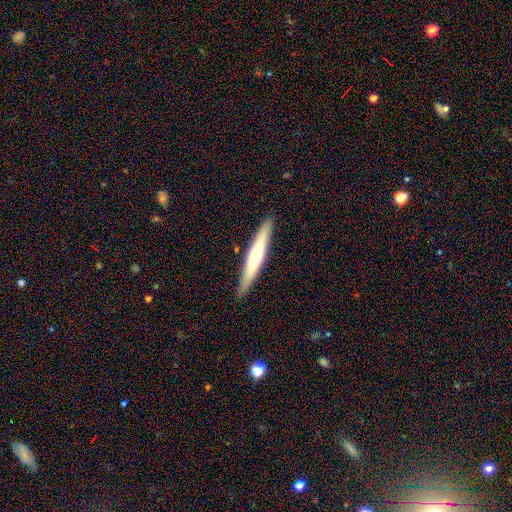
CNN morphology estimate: Q: Smooth or featured?
A: featured or disk (51%); runner-up: smooth (44%)
Q: Edge-on disk?
A: yes (93%); runner-up: no (7%)
Q: Merging?
A: none (90%); runner-up: minor disturbance (7%)